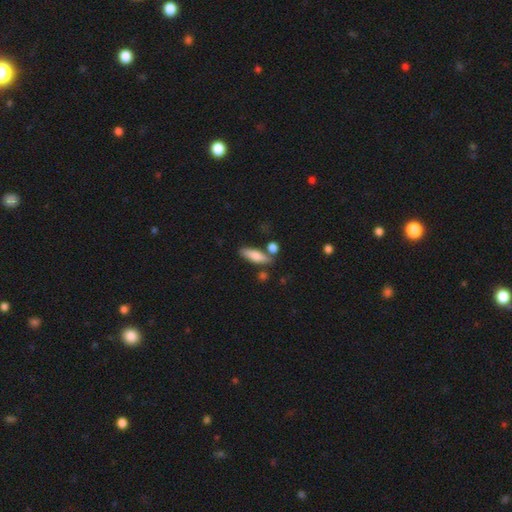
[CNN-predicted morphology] Smooth or featured?
  - smooth: 78% *
  - featured or disk: 15%
  - star or artifact: 7%
How rounded?
  - cigar-shaped: 49% *
  - in between: 48%
  - round: 3%
Merging?
  - none: 70% *
  - minor disturbance: 14%
  - merger: 11%
  - major disturbance: 4%